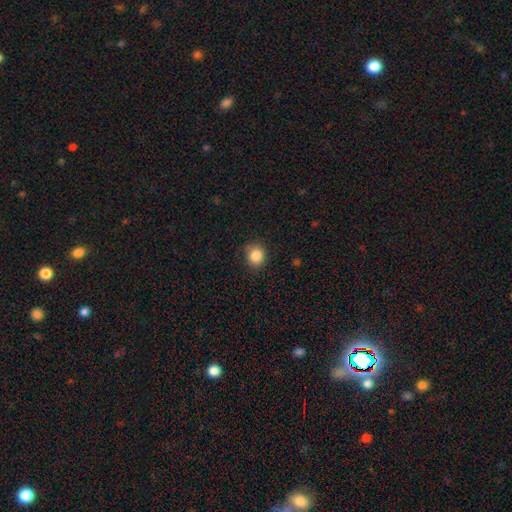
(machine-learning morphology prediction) Overall: smooth (86%). How rounded: round (78%). Merging: none (81%).